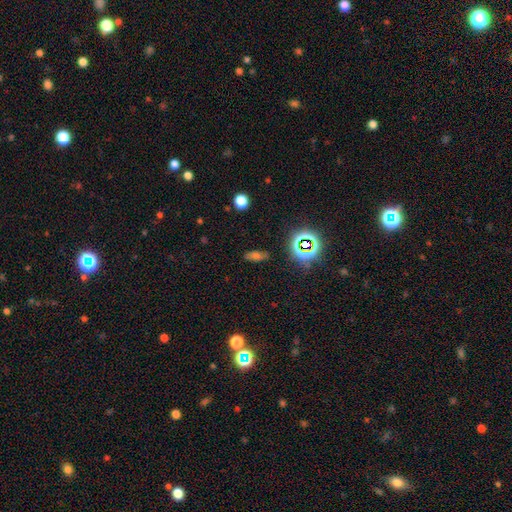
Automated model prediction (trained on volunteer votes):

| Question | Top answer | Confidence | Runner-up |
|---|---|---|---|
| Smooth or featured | smooth | 53% | star or artifact (32%) |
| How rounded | in between | 60% | cigar-shaped (30%) |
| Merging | none | 84% | minor disturbance (11%) |